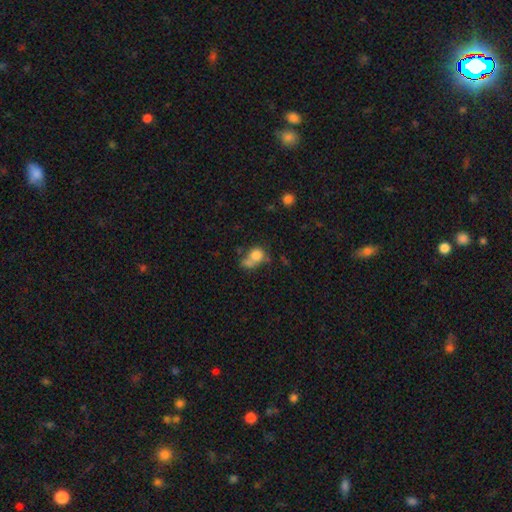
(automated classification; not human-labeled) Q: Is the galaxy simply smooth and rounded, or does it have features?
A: smooth — 77%.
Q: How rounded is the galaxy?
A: round — 62%.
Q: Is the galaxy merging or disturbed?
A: merger — 42%.